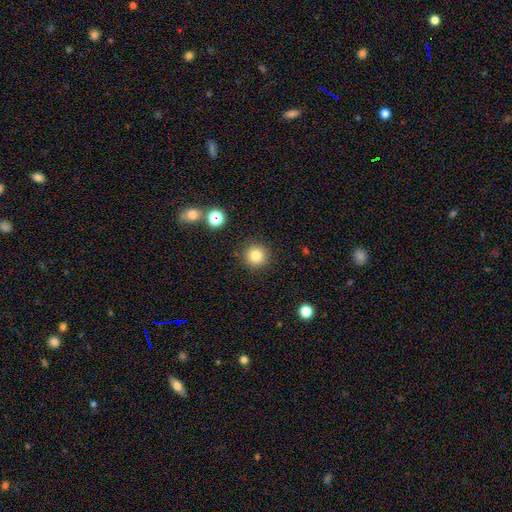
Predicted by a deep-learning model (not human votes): This appears to be a smooth galaxy with no disk features (82%) that is round (95%). Merging: none (89%).